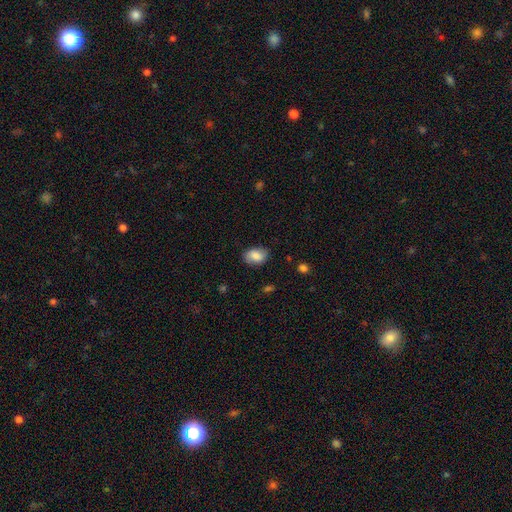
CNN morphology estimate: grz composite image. It shows a smooth galaxy with no disk features (82%) that is in between round and cigar-shaped (79%). Merging: none (80%).